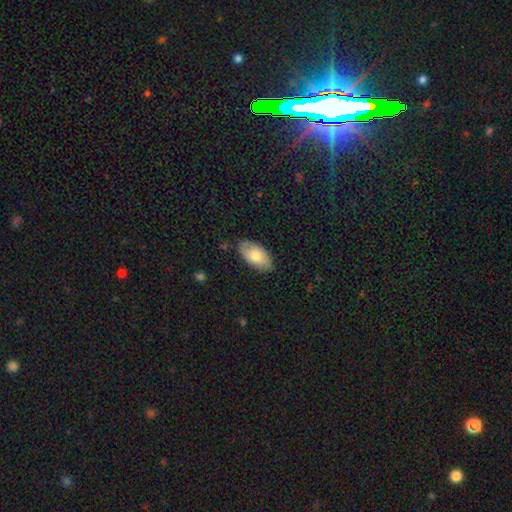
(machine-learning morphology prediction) Smooth or featured? smooth (76%)
How rounded? in between (95%)
Merging? none (83%)